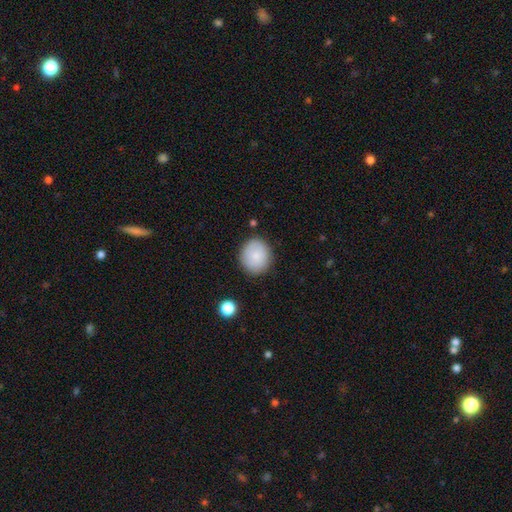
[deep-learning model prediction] Smooth or featured?
  - smooth: 82% *
  - featured or disk: 11%
  - star or artifact: 7%
How rounded?
  - round: 82% *
  - in between: 17%
  - cigar-shaped: 1%
Merging?
  - none: 85% *
  - minor disturbance: 11%
  - major disturbance: 3%
  - merger: 2%